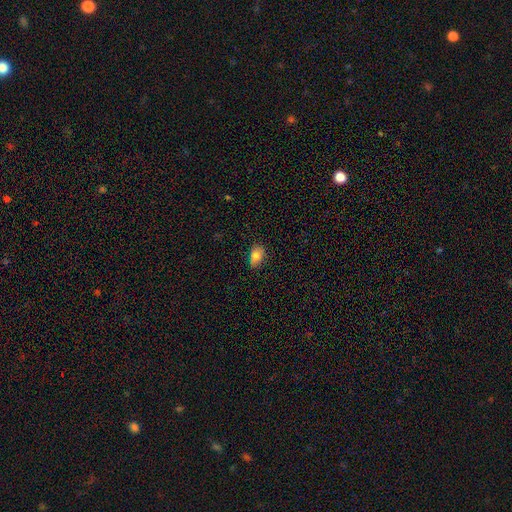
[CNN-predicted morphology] smooth_or_featured: smooth (p=0.82) [alt: featured or disk p=0.09]
how_rounded: in between (p=0.87) [alt: round p=0.11]
merging: none (p=0.75) [alt: minor disturbance p=0.21]